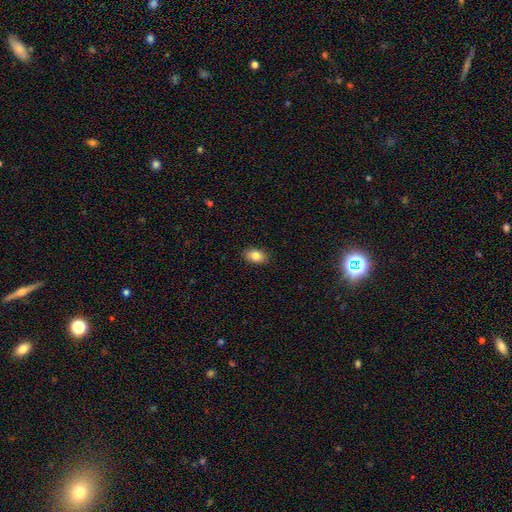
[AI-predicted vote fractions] The model was most divided on "how rounded": in between: 87%, round: 11%, cigar-shaped: 2%. More confident: merging — none (89%); smooth or featured — smooth (84%).